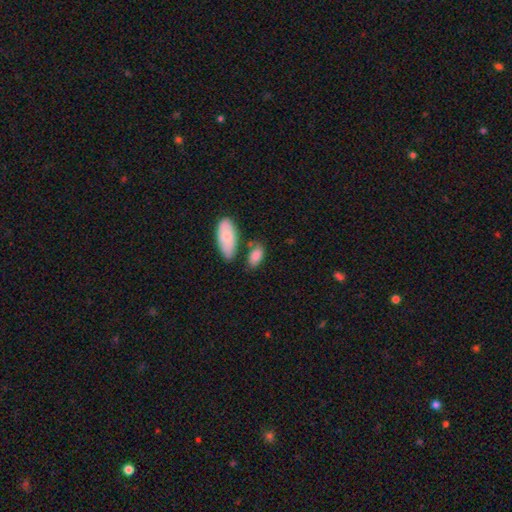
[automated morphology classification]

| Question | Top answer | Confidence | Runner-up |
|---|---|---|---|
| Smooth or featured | smooth | 84% | featured or disk (9%) |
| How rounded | in between | 89% | cigar-shaped (6%) |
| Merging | none | 61% | minor disturbance (19%) |